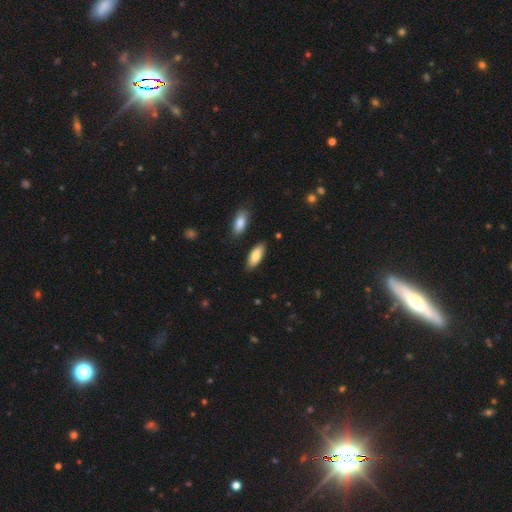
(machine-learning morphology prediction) Smooth or featured? Predicted: smooth (p=0.82). How rounded? Predicted: in between (p=0.80). Merging? Predicted: none (p=0.85).